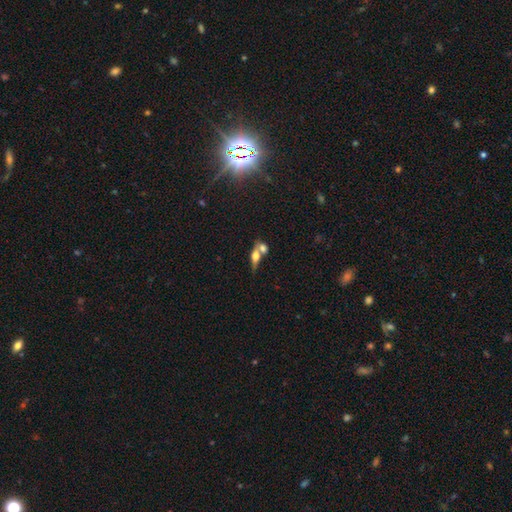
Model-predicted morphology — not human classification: type=smooth (53%); roundness=in between (60%); merging=merger (53%).